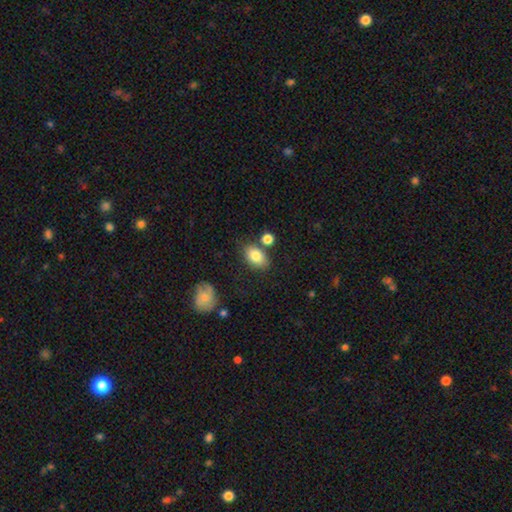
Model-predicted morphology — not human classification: Smooth or featured?
  - smooth: 83% *
  - featured or disk: 9%
  - star or artifact: 8%
How rounded?
  - in between: 86% *
  - round: 12%
  - cigar-shaped: 2%
Merging?
  - none: 72% *
  - minor disturbance: 13%
  - merger: 11%
  - major disturbance: 4%